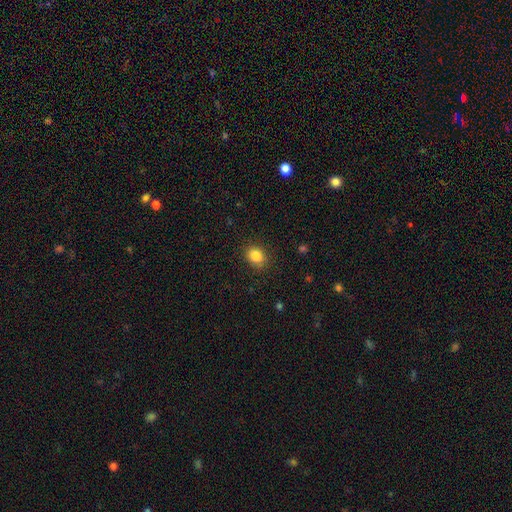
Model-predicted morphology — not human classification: A smooth galaxy with no disk features (85%) that is round (52%).

Vote fractions:
- Smooth or featured? smooth: 85% / star or artifact: 10% / featured or disk: 5%
- How rounded? round: 52% / in between: 47% / cigar-shaped: 1%
- Merging? none: 86% / minor disturbance: 10% / major disturbance: 3% / merger: 1%